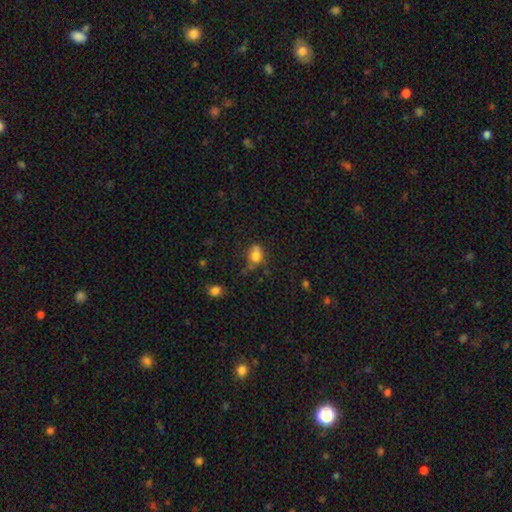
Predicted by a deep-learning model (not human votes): This appears to be a smooth galaxy with no disk features (75%) that is round (66%). Merging: none (46%).